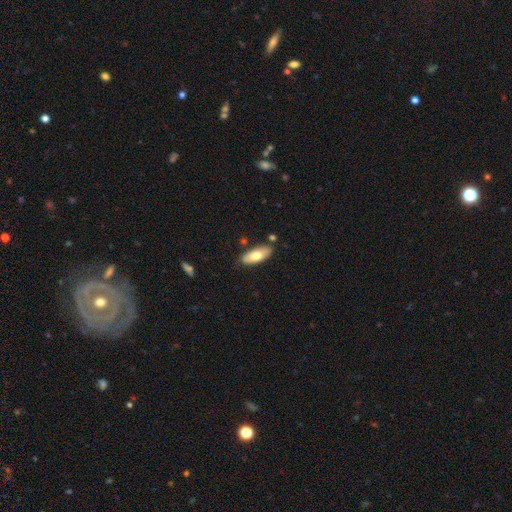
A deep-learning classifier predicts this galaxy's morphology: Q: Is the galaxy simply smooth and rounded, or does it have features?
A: smooth — 73%.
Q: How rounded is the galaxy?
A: in between — 79%.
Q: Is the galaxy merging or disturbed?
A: none — 82%.